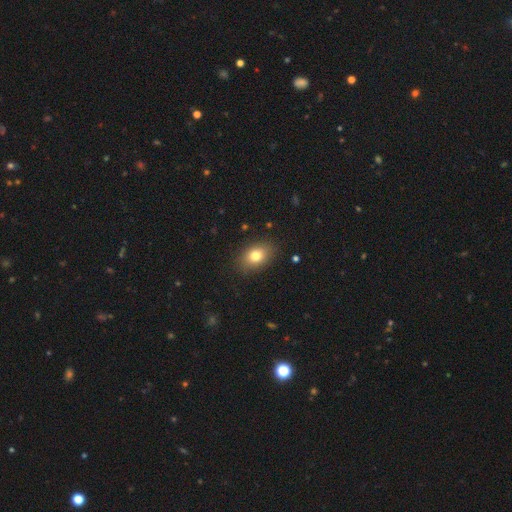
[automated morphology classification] Q: Smooth or featured?
A: smooth (79%); runner-up: featured or disk (11%)
Q: How rounded?
A: in between (79%); runner-up: round (20%)
Q: Merging?
A: none (86%); runner-up: minor disturbance (10%)